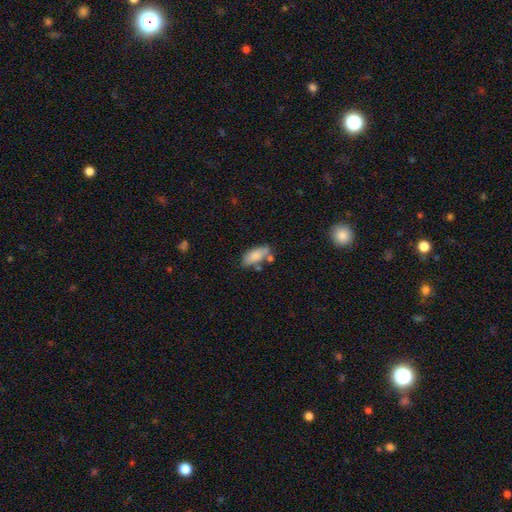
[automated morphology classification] smooth_or_featured: smooth (p=0.81) [alt: featured or disk p=0.12]
how_rounded: in between (p=0.81) [alt: cigar-shaped p=0.17]
merging: none (p=0.61) [alt: minor disturbance p=0.20]